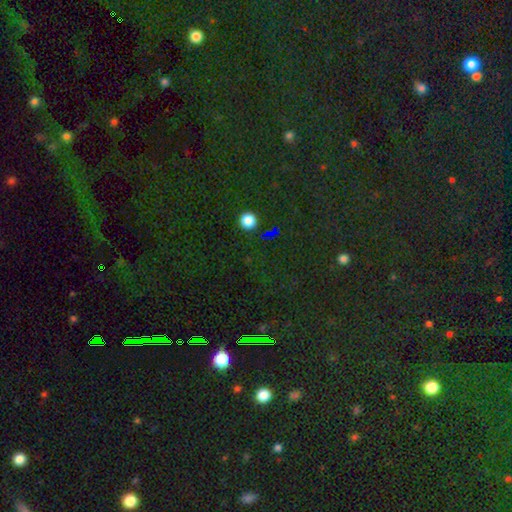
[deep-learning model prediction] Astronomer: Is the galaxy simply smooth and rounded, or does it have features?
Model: star or artifact — 78%.